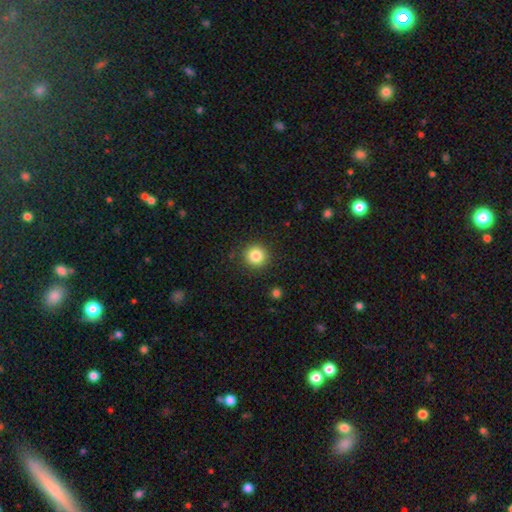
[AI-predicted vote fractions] Smooth or featured?
  - smooth: 84% *
  - star or artifact: 10%
  - featured or disk: 6%
How rounded?
  - round: 95% *
  - in between: 4%
  - cigar-shaped: 1%
Merging?
  - none: 90% *
  - minor disturbance: 7%
  - major disturbance: 2%
  - merger: 1%